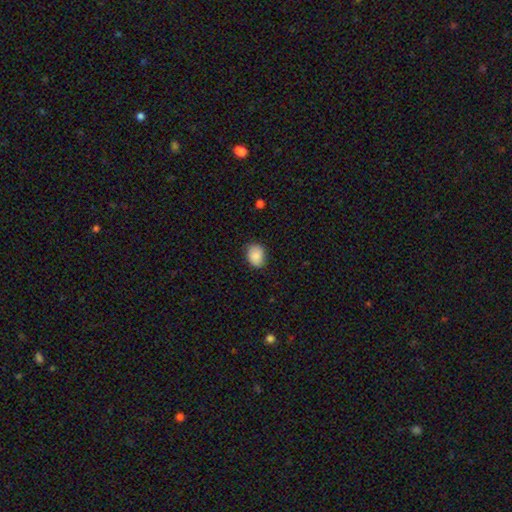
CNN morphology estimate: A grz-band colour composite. It shows a smooth galaxy with no disk features (87%) that is in between round and cigar-shaped (58%). Merging: none (81%).